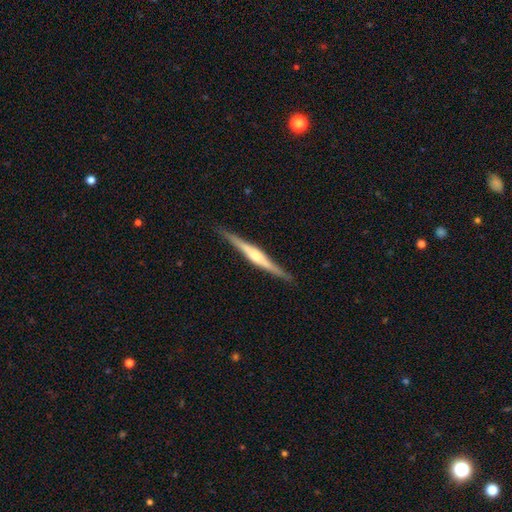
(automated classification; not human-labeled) The model was most divided on "smooth or featured": featured or disk: 79%, smooth: 17%, star or artifact: 5%. More confident: edge-on disk — yes (98%); merging — none (90%); edge-on bulge — rounded (83%).